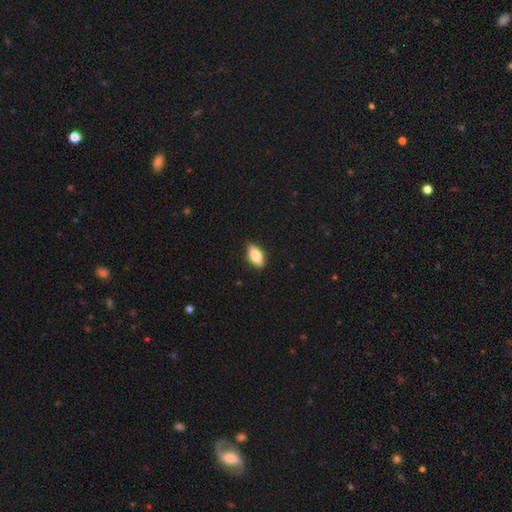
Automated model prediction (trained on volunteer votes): Smooth or featured? Predicted: smooth (p=0.69). How rounded? Predicted: in between (p=0.86). Merging? Predicted: none (p=0.87).